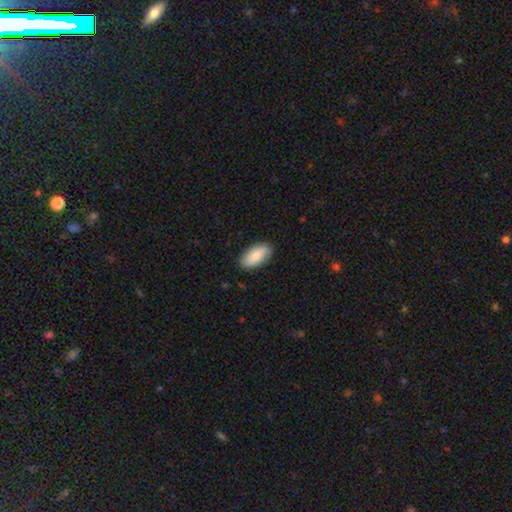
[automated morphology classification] The model was most divided on "smooth or featured": smooth: 82%, featured or disk: 12%, star or artifact: 6%. More confident: how rounded — in between (93%); merging — none (86%).